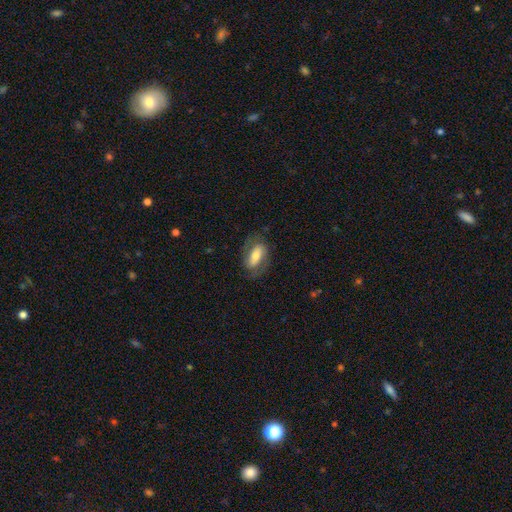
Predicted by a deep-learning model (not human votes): smooth-or-featured: smooth: 48% | featured or disk: 46% | star or artifact: 7%
  merging: none: 72% | minor disturbance: 17% | major disturbance: 9% | merger: 1%